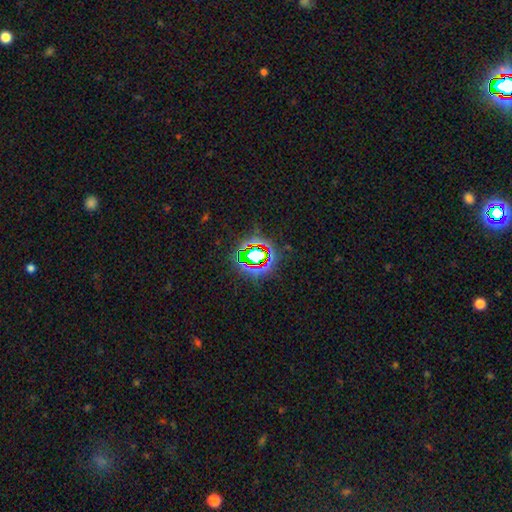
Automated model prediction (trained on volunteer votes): Q: Smooth or featured?
A: star or artifact (73%); runner-up: smooth (16%)